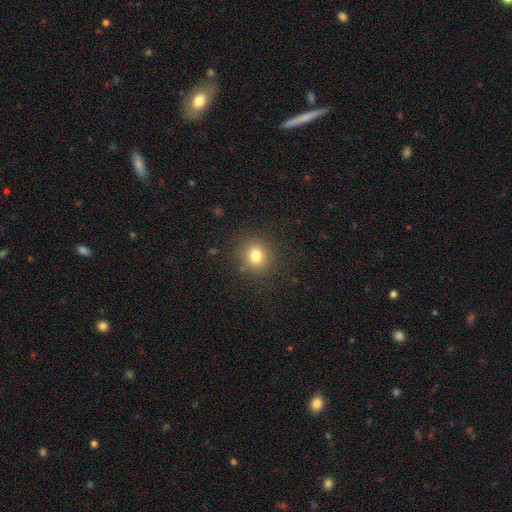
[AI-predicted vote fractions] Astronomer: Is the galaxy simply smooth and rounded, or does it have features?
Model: smooth — 79%.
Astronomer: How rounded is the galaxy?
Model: round — 86%.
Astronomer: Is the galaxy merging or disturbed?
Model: none — 88%.